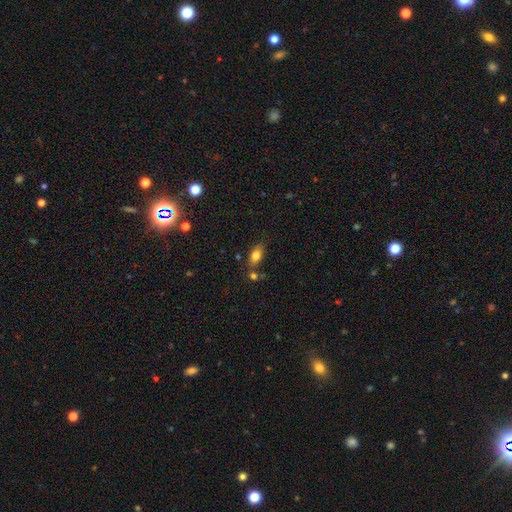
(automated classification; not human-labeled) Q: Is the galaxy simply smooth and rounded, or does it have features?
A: smooth — 79%.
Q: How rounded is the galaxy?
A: in between — 85%.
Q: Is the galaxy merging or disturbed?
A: none — 68%.